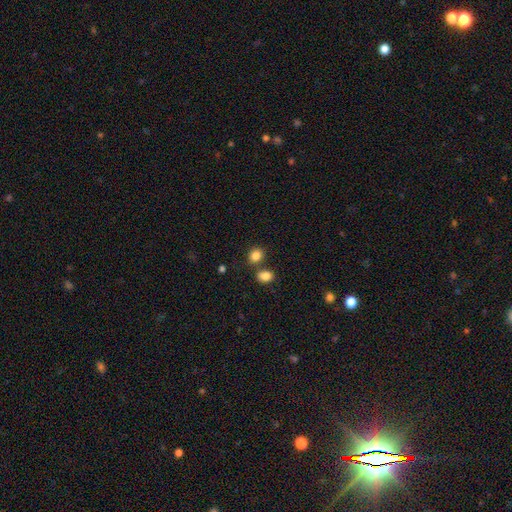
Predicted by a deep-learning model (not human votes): The model was most divided on "how rounded": round: 57%, in between: 42%, cigar-shaped: 1%. More confident: smooth or featured — smooth (85%); merging — none (65%).